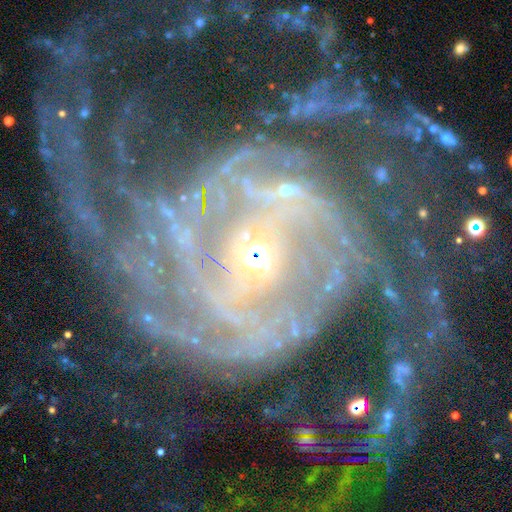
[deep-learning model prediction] This is clearly a featured or disk galaxy (90%). It is clearly not viewed edge-on (98%). Bar: possibly no (48%). Spiral arm pattern: clearly yes (96%). Spiral arm count: marginally 2 (42%). Spiral winding: marginally medium (44%). Central bulge: possibly small (59%). Merging: possibly none (48%).